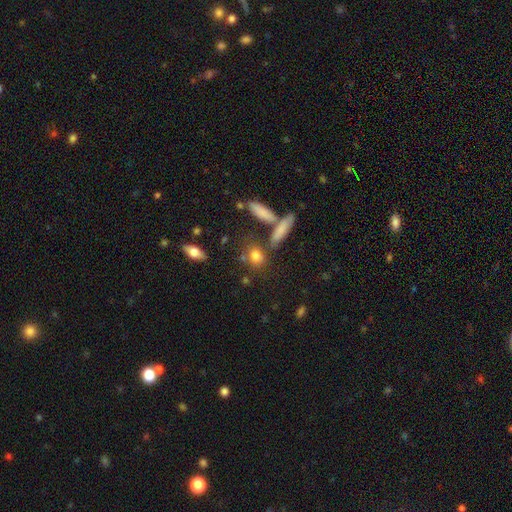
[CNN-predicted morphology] A smooth galaxy with no disk features (77%) that is round (46%). Merging: none (64%).